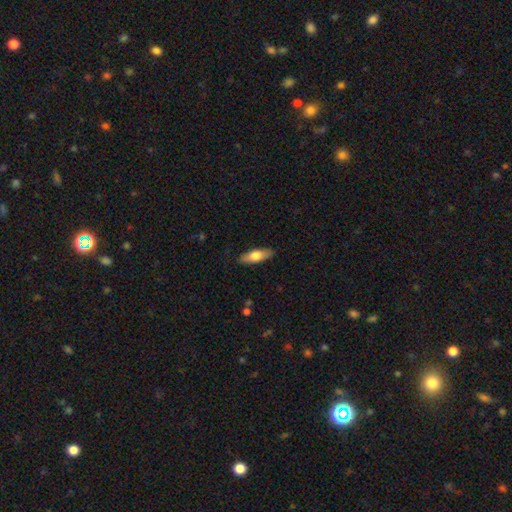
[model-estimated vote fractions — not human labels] Morphology: type=smooth (70%); roundness=in between (58%); merging=none (87%).